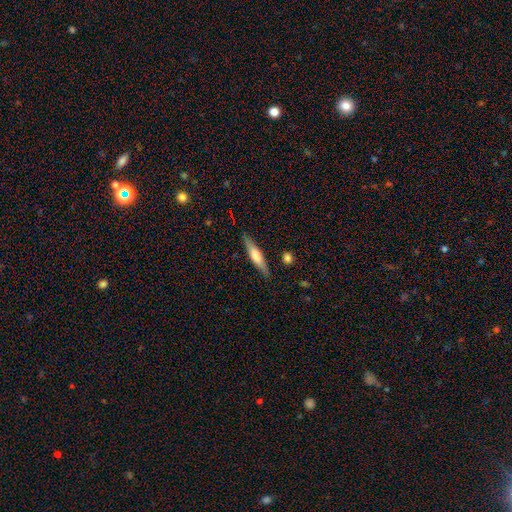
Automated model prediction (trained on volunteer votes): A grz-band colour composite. It shows a featured or disk galaxy (53%) viewed edge-on (95%) with a rounded central bulge (67%). Merging: none (87%).